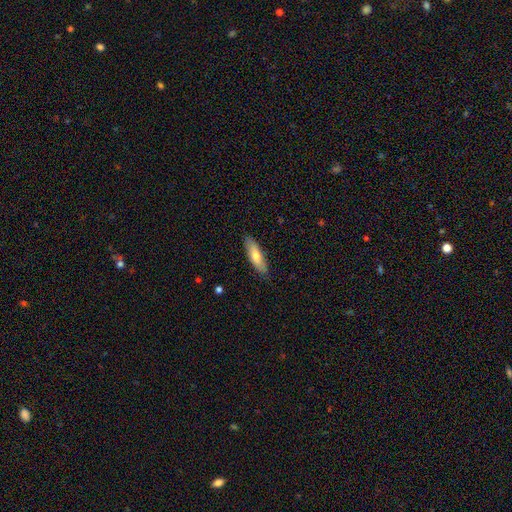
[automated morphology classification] Smooth or featured: smooth — 69% (featured or disk — 25%)
How rounded: cigar-shaped — 59% (in between — 40%)
Merging: none — 85% (minor disturbance — 12%)